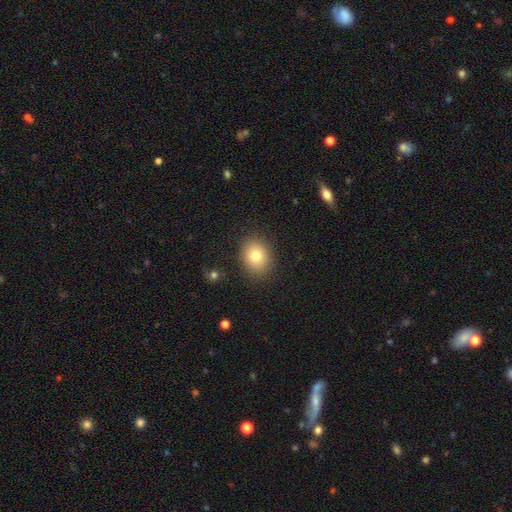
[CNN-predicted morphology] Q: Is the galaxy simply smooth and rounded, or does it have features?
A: smooth — 78%.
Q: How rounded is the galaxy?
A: round — 50%.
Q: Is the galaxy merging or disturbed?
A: none — 87%.